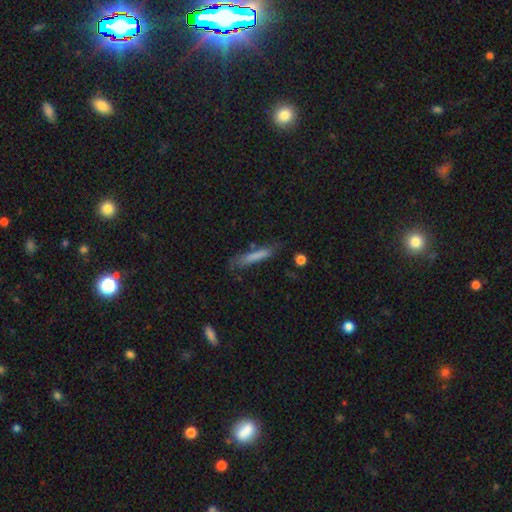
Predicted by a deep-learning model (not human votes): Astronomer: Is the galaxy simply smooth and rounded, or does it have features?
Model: smooth — 74%.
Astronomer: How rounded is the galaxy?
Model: cigar-shaped — 89%.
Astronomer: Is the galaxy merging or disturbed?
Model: none — 67%.